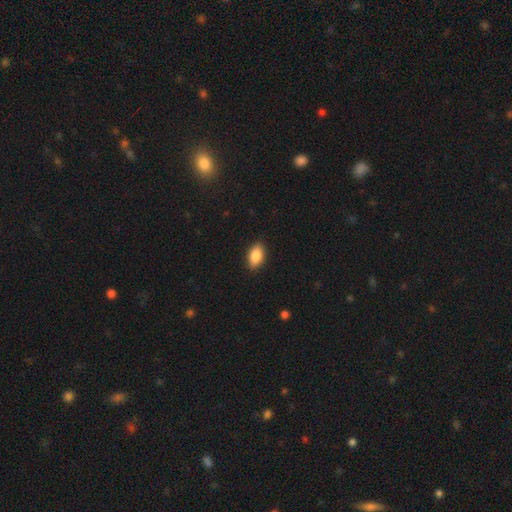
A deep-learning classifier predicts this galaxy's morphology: smooth-or-featured: smooth: 86% | featured or disk: 8% | star or artifact: 7%
  how-rounded: in between: 90% | cigar-shaped: 5% | round: 4%
  merging: none: 88% | minor disturbance: 9% | major disturbance: 2% | merger: 1%